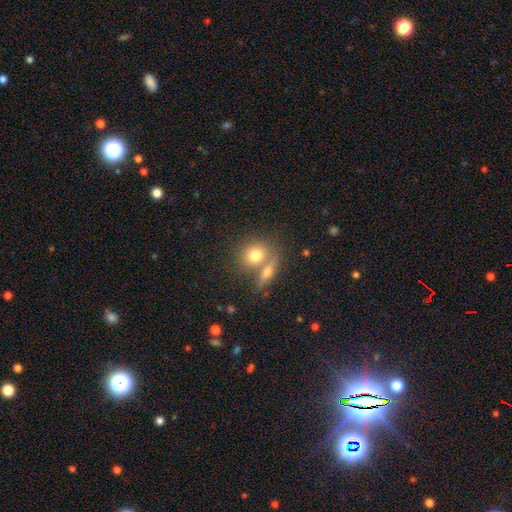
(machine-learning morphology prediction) Q: Smooth or featured?
A: smooth (73%); runner-up: featured or disk (19%)
Q: How rounded?
A: round (67%); runner-up: in between (30%)
Q: Merging?
A: none (45%); runner-up: merger (42%)